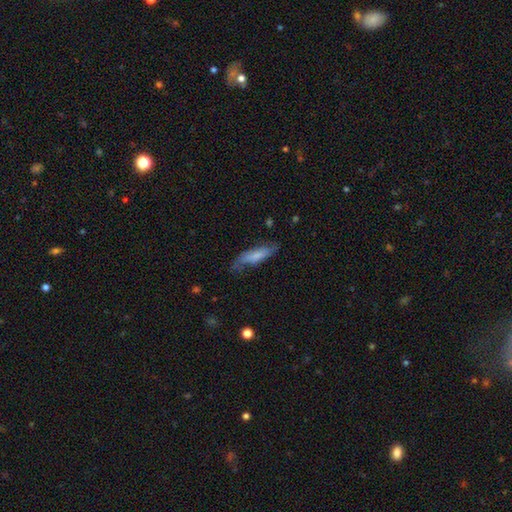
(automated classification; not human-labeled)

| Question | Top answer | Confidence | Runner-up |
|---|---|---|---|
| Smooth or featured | smooth | 65% | featured or disk (28%) |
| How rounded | cigar-shaped | 65% | in between (33%) |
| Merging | none | 60% | minor disturbance (28%) |